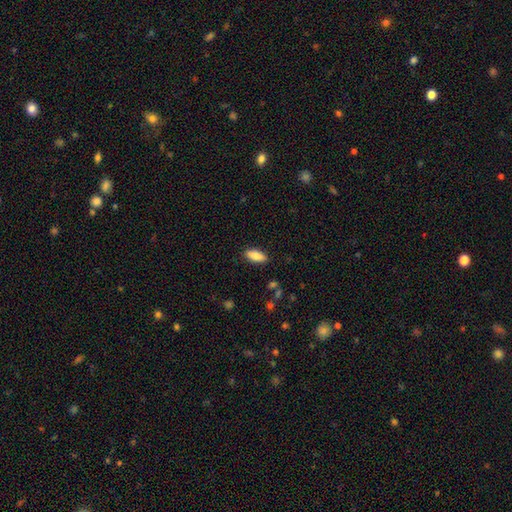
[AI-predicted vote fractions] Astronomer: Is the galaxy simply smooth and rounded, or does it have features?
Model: smooth — 83%.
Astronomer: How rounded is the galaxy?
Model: in between — 79%.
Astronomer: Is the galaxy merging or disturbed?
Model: none — 88%.